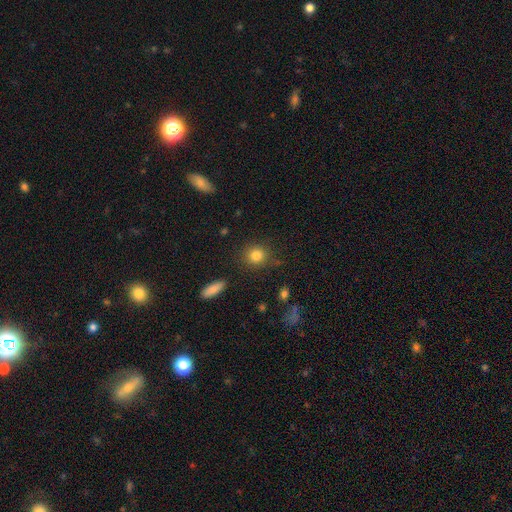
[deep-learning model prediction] Smooth or featured? Predicted: smooth (p=0.84). How rounded? Predicted: round (p=0.84). Merging? Predicted: none (p=0.83).